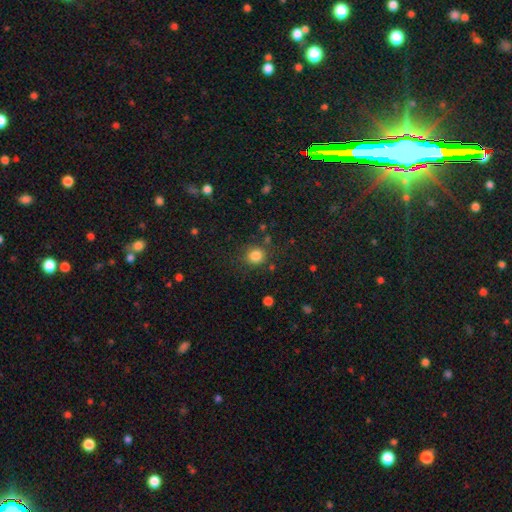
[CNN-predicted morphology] Q: Smooth or featured?
A: smooth (83%); runner-up: star or artifact (12%)
Q: How rounded?
A: round (86%); runner-up: in between (13%)
Q: Merging?
A: none (82%); runner-up: minor disturbance (10%)